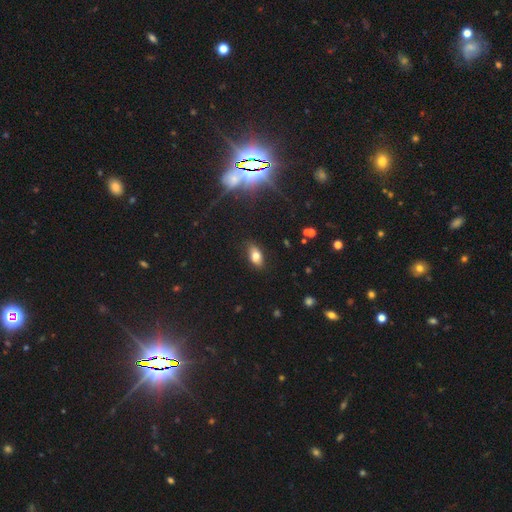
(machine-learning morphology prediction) Overall: smooth (76%). How rounded: in between (90%). Merging: none (81%).